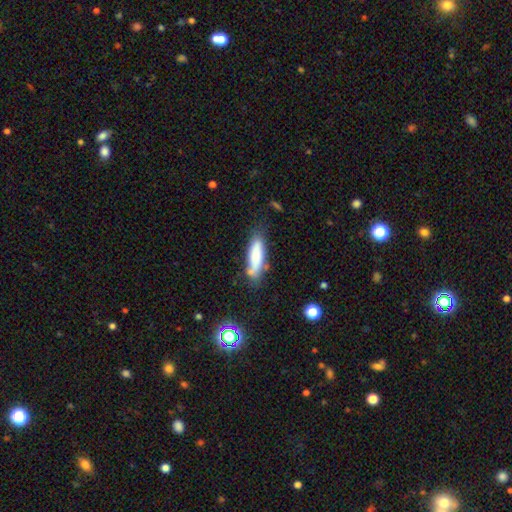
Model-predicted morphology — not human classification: smooth-or-featured: smooth: 74% | featured or disk: 18% | star or artifact: 8%
  how-rounded: cigar-shaped: 63% | in between: 35% | round: 2%
  merging: none: 65% | minor disturbance: 23% | major disturbance: 6% | merger: 6%